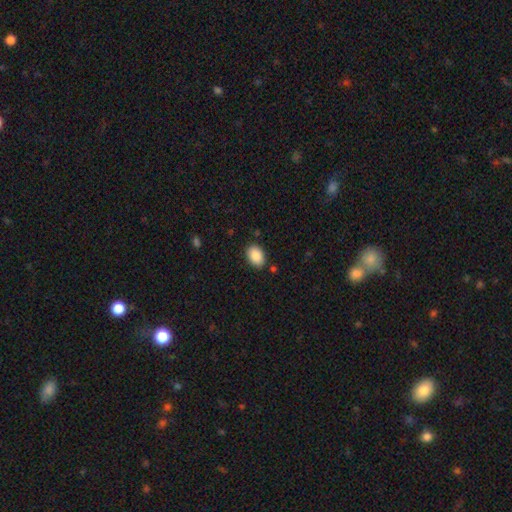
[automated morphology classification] Smooth or featured: smooth — 89% (star or artifact — 7%)
How rounded: in between — 84% (round — 15%)
Merging: none — 86% (minor disturbance — 10%)